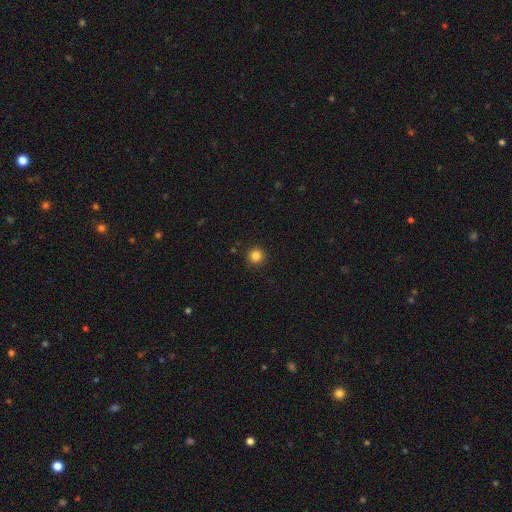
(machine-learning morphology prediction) This appears to be a smooth galaxy with no disk features (84%) that is round (95%). Merging: none (92%).